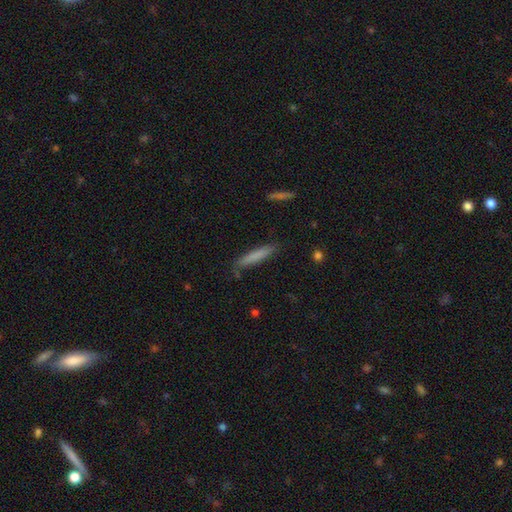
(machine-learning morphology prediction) Smooth or featured?
  - smooth: 77% *
  - featured or disk: 16%
  - star or artifact: 7%
How rounded?
  - cigar-shaped: 92% *
  - in between: 7%
  - round: 1%
Merging?
  - none: 82% *
  - minor disturbance: 13%
  - major disturbance: 2%
  - merger: 2%